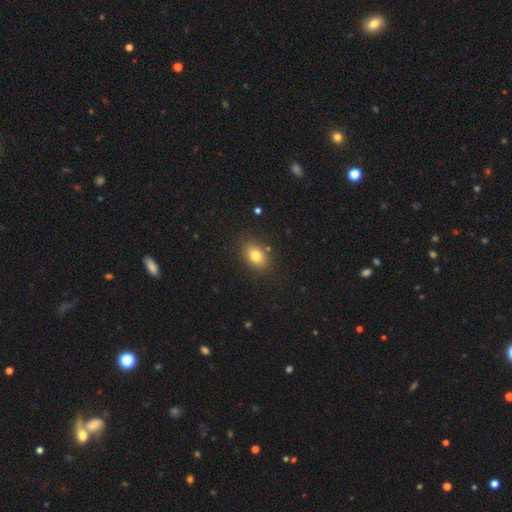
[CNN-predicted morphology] Smooth or featured: smooth — 80% (star or artifact — 10%)
How rounded: in between — 78% (round — 20%)
Merging: none — 85% (minor disturbance — 10%)